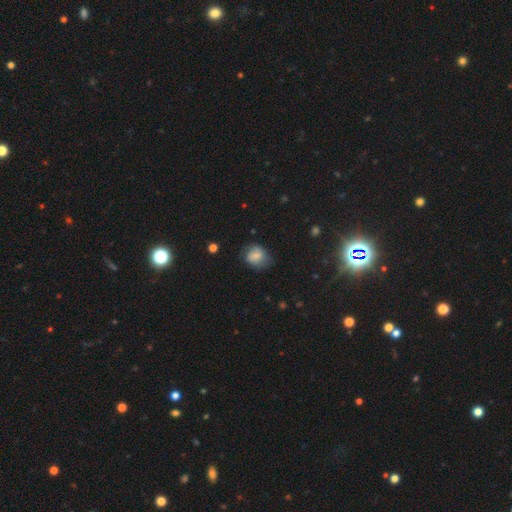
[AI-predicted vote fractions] A smooth galaxy with no disk features (72%) that is round (66%).

Vote fractions:
- Smooth or featured? smooth: 72% / featured or disk: 18% / star or artifact: 10%
- How rounded? round: 66% / in between: 33% / cigar-shaped: 1%
- Merging? none: 60% / minor disturbance: 28% / major disturbance: 10% / merger: 2%